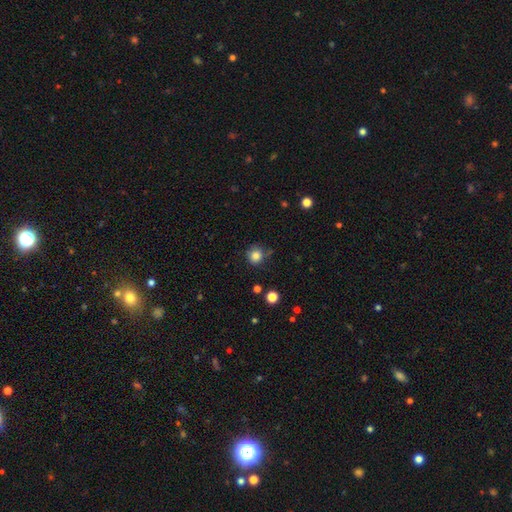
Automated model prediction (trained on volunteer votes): Smooth or featured?
  - smooth: 83% *
  - star or artifact: 12%
  - featured or disk: 5%
How rounded?
  - round: 92% *
  - in between: 7%
  - cigar-shaped: 1%
Merging?
  - none: 78% *
  - minor disturbance: 14%
  - merger: 4%
  - major disturbance: 3%